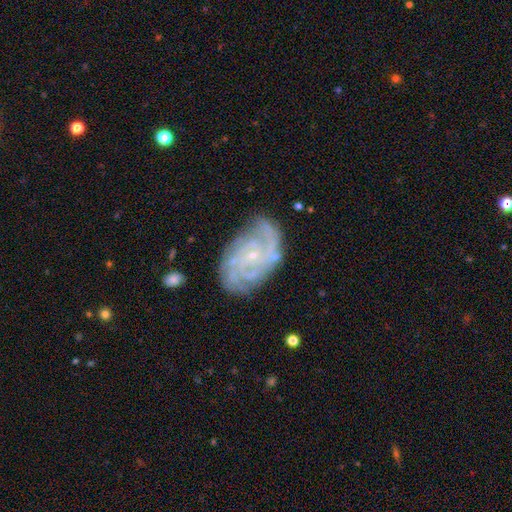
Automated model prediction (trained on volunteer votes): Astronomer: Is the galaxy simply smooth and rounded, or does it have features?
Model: featured or disk — 78%.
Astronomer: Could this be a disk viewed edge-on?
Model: no — 96%.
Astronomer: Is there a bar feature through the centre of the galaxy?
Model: no — 66%.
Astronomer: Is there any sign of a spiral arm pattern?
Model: yes — 92%.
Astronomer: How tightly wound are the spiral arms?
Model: tight — 53% (runner-up: medium, 35%).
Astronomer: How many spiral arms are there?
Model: can't tell — 33% (runner-up: 3, 20%).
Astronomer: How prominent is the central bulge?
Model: small — 80%.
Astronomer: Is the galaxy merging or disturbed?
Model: none — 72%.